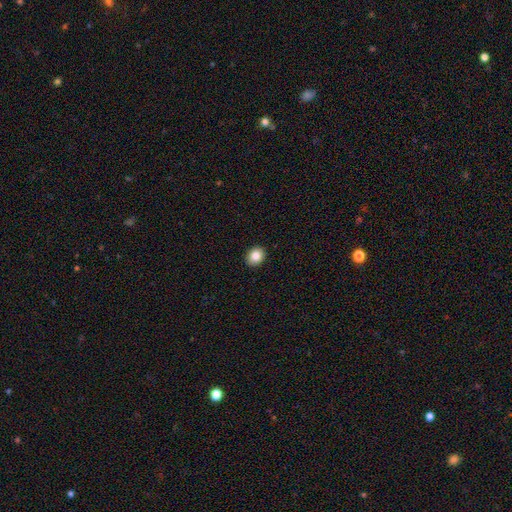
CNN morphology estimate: A smooth galaxy with no disk features (85%) that is round (57%). Merging: none (92%).